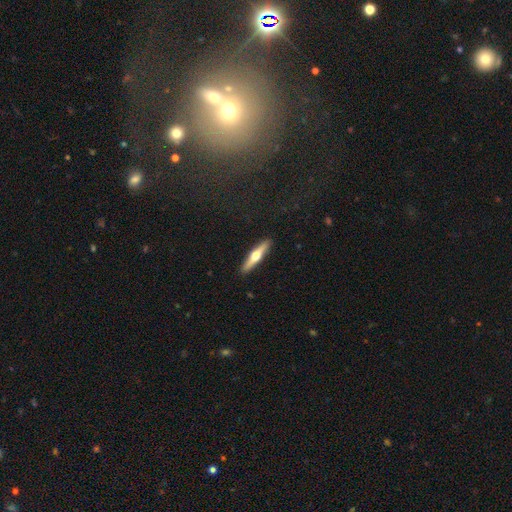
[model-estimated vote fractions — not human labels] The model was most divided on "smooth or featured": featured or disk: 59%, smooth: 36%, star or artifact: 5%. More confident: edge-on disk — yes (95%); edge-on bulge — rounded (94%); merging — none (91%).